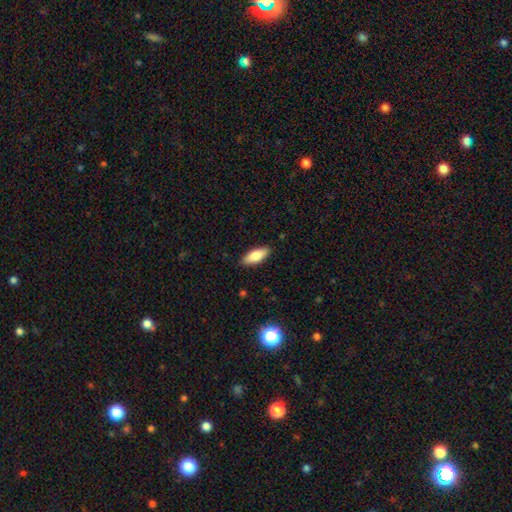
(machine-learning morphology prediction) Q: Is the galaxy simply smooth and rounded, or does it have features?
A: smooth — 82%.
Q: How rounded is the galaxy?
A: in between — 78%.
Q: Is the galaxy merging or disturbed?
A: none — 88%.